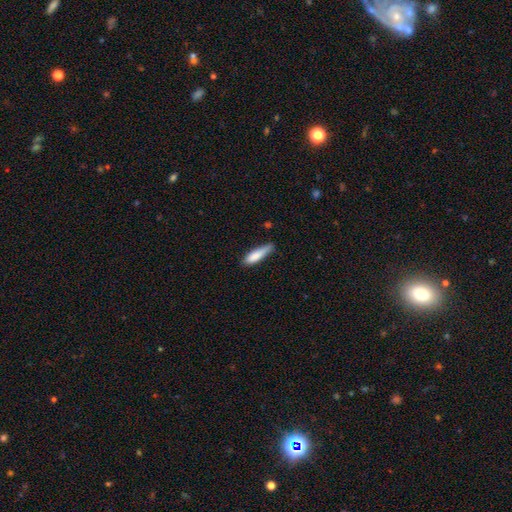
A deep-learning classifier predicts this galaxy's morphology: Smooth or featured? smooth (83%)
How rounded? cigar-shaped (72%)
Merging? none (60%)